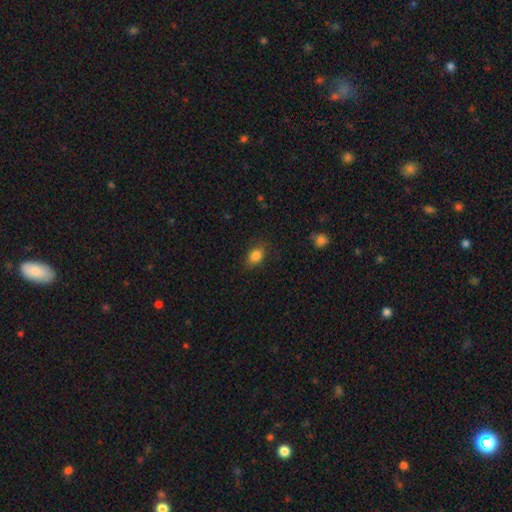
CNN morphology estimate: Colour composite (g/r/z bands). It shows a smooth galaxy with no disk features (83%) that is in between round and cigar-shaped (72%). Merging: none (80%).